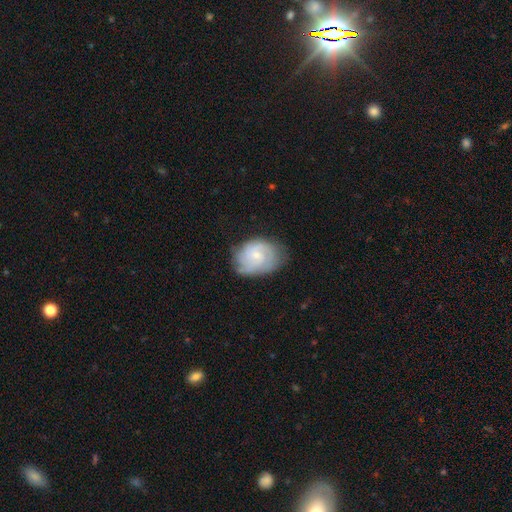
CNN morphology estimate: This is likely a featured or disk galaxy (67%). It is clearly not viewed edge-on (98%). Bar: likely no (66%). Spiral arm pattern: clearly yes (91%). Spiral arm count: marginally 2 (32%, tied with can't tell). Spiral winding: possibly tight (51%). Central bulge: likely small (69%). Merging: likely none (65%).